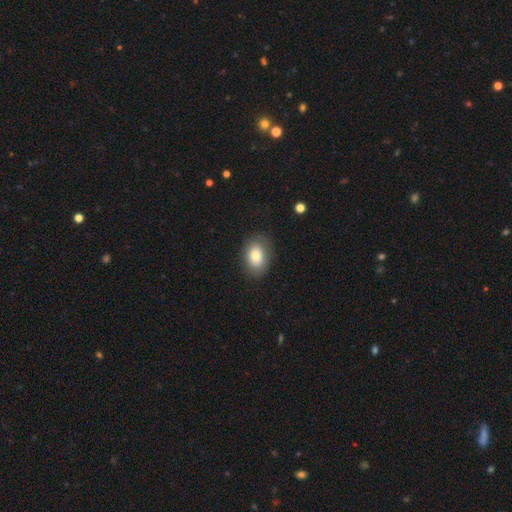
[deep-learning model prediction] smooth 78%, featured or disk 13%, star or artifact 8%. Down the decision tree: how rounded — in between (76%); merging — none (83%).